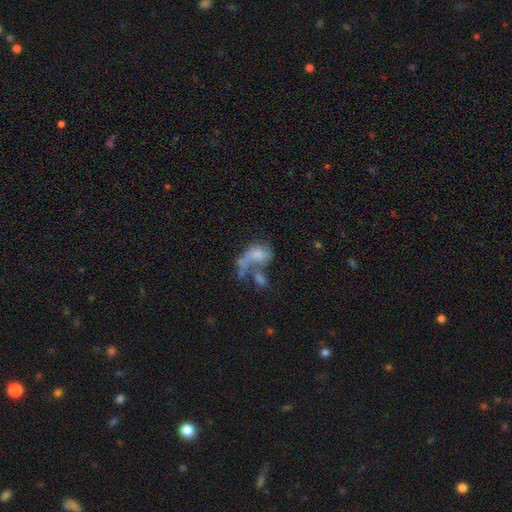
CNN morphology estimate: Smooth or featured?
  - smooth: 47% *
  - featured or disk: 40%
  - star or artifact: 12%
Merging?
  - merger: 44% *
  - major disturbance: 33%
  - none: 14%
  - minor disturbance: 9%